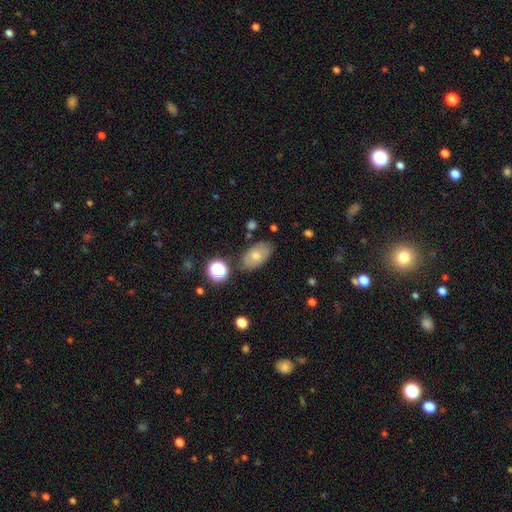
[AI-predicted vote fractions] smooth-or-featured: smooth: 69% | featured or disk: 21% | star or artifact: 10%
  how-rounded: in between: 89% | round: 9% | cigar-shaped: 2%
  merging: none: 75% | minor disturbance: 17% | major disturbance: 4% | merger: 4%